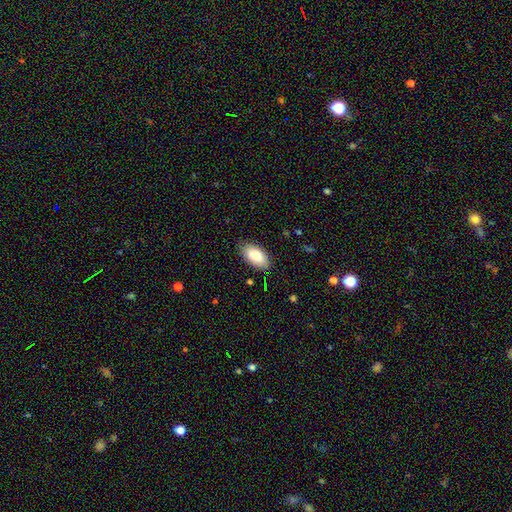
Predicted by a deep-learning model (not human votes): Overall: smooth (82%). How rounded: in between (94%). Merging: none (85%).